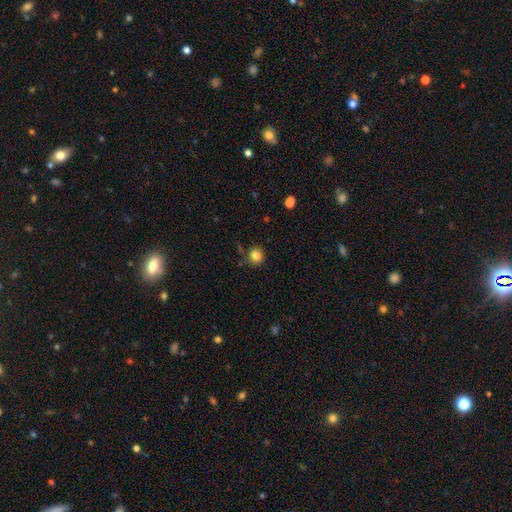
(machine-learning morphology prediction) Overall: smooth (83%). How rounded: round (88%). Merging: none (81%).